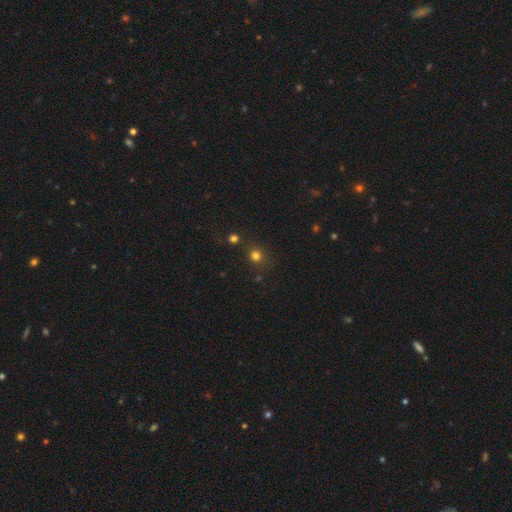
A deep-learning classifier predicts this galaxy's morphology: Q: Smooth or featured?
A: smooth (74%); runner-up: star or artifact (20%)
Q: How rounded?
A: round (88%); runner-up: in between (11%)
Q: Merging?
A: none (78%); runner-up: minor disturbance (9%)